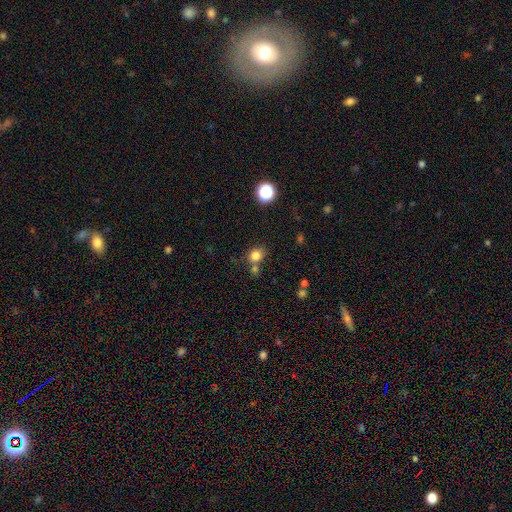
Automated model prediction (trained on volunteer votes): Q: Smooth or featured?
A: smooth (80%); runner-up: star or artifact (14%)
Q: How rounded?
A: round (70%); runner-up: in between (29%)
Q: Merging?
A: none (62%); runner-up: merger (21%)